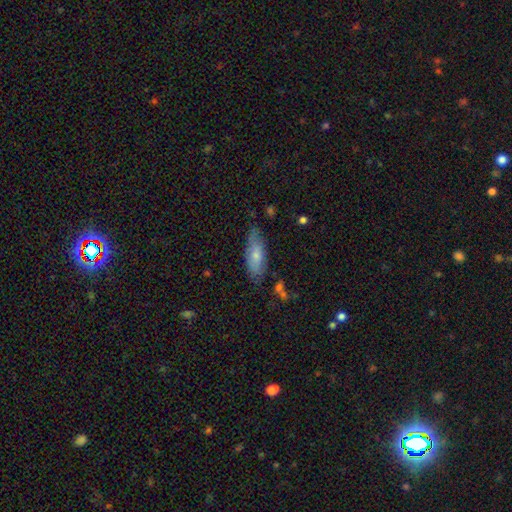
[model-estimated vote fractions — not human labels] This appears to be a smooth galaxy with no disk features (71%) that is in between round and cigar-shaped (66%). Merging: none (69%).